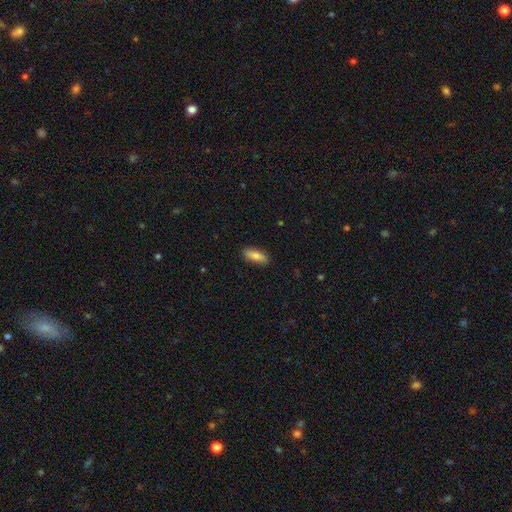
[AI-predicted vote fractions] The model was most divided on "how rounded": in between: 67%, cigar-shaped: 30%, round: 2%. More confident: merging — none (88%); smooth or featured — smooth (78%).